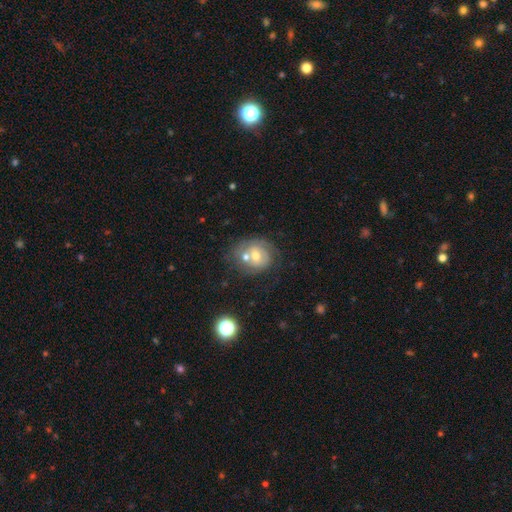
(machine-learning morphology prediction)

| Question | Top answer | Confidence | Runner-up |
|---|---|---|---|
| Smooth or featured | featured or disk | 60% | smooth (31%) |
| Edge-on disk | no | 97% | yes (3%) |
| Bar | no | 70% | weak (24%) |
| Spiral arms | yes | 65% | no (35%) |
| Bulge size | moderate | 68% | small (24%) |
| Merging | none | 38% | merger (35%) |